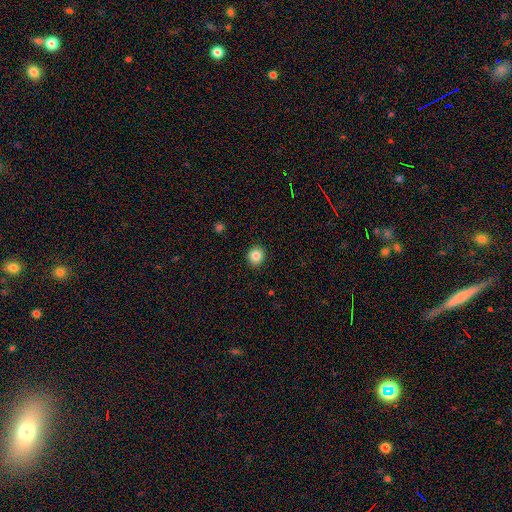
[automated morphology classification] smooth_or_featured: smooth (p=0.85) [alt: star or artifact p=0.10]
how_rounded: round (p=0.84) [alt: in between p=0.15]
merging: none (p=0.91) [alt: minor disturbance p=0.06]